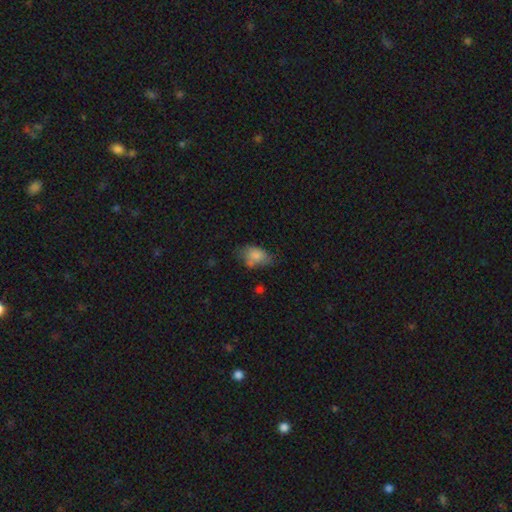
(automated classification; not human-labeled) Smooth or featured?
  - smooth: 78% *
  - featured or disk: 13%
  - star or artifact: 9%
How rounded?
  - in between: 83% *
  - round: 16%
  - cigar-shaped: 2%
Merging?
  - none: 43% *
  - minor disturbance: 33%
  - major disturbance: 15%
  - merger: 9%